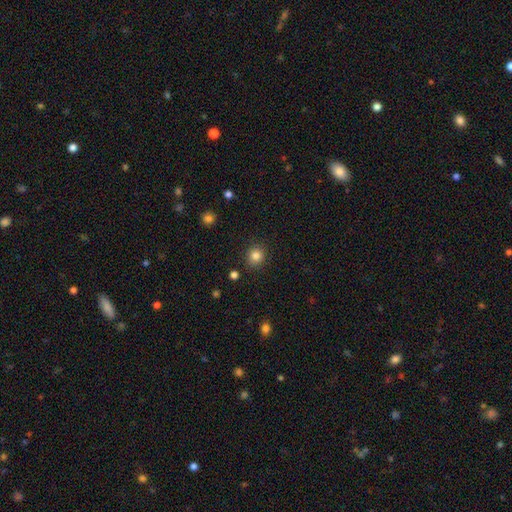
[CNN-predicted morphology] A smooth galaxy with no disk features (83%) that is round (87%). Merging: none (89%).